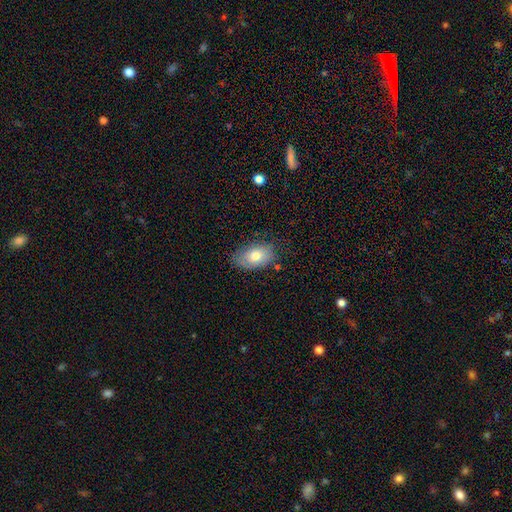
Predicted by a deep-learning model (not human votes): A smooth galaxy with no disk features (73%) that is in between round and cigar-shaped (90%). Merging: none (75%).